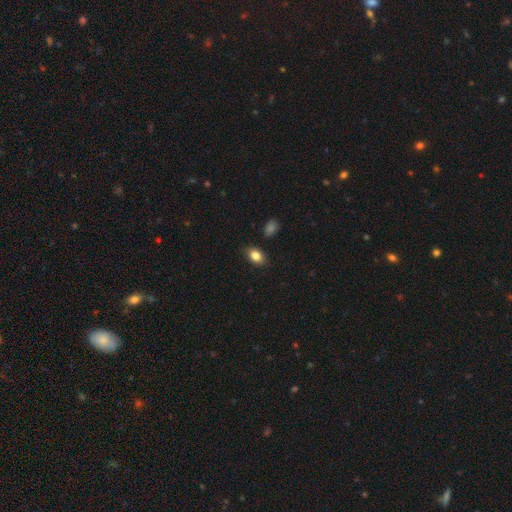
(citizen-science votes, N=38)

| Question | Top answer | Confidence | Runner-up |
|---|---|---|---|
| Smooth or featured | smooth | 84% | featured or disk (8%) |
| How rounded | in between | 88% | round (12%) |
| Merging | none | 94% | minor disturbance (3%) |